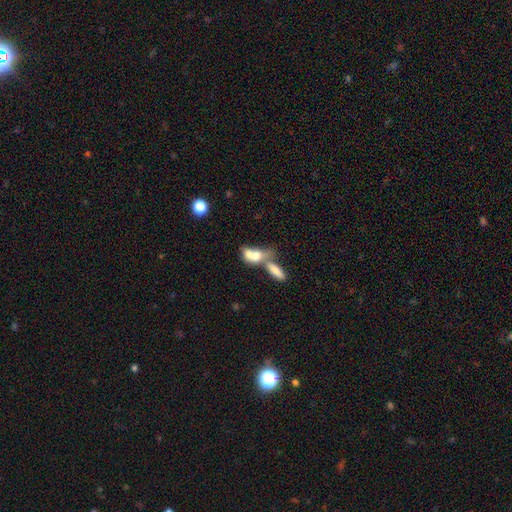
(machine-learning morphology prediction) Smooth or featured? Predicted: smooth (p=0.62). How rounded? Predicted: in between (p=0.70). Merging? Predicted: merger (p=0.69).